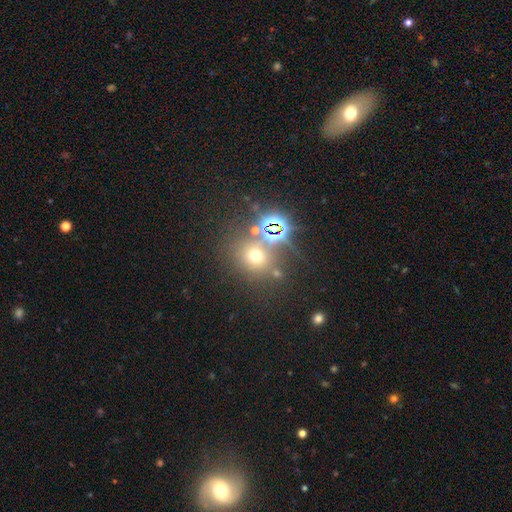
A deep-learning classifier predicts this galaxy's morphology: type=smooth (52%); roundness=round (81%); merging=none (69%).